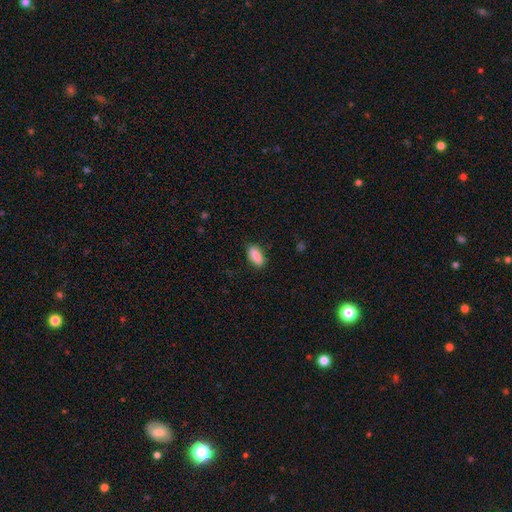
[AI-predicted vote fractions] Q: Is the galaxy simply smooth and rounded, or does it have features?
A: smooth — 89%.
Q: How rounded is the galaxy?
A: in between — 83%.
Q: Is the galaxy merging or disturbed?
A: none — 84%.